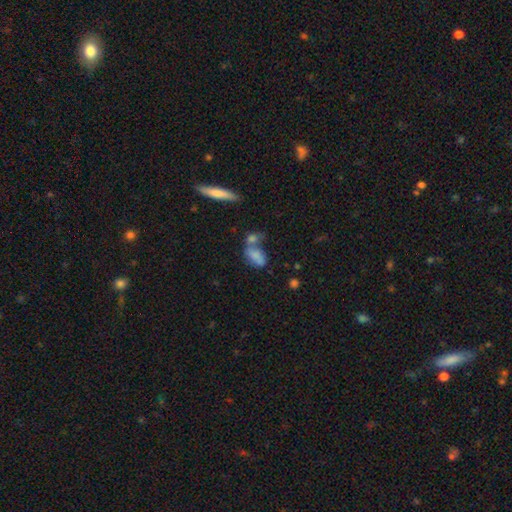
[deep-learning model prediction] Smooth or featured? smooth (72%)
How rounded? in between (87%)
Merging? merger (47%)